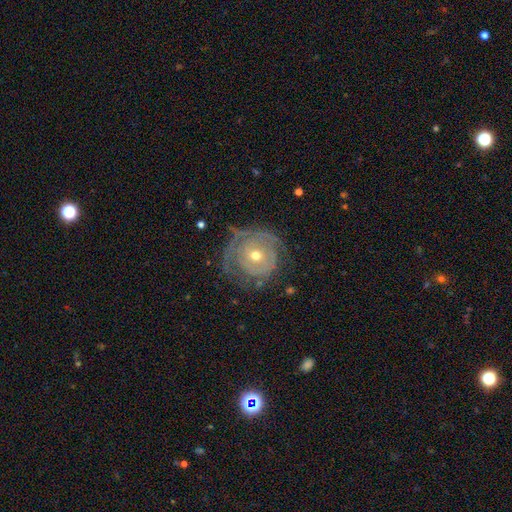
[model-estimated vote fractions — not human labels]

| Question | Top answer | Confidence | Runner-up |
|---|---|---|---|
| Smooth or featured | featured or disk | 75% | smooth (17%) |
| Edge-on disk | no | 96% | yes (4%) |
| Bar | no | 79% | weak (16%) |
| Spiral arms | yes | 78% | no (22%) |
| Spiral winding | tight | 74% | medium (18%) |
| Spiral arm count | can't tell | 47% | 2 (22%) |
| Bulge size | moderate | 59% | small (37%) |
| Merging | none | 62% | minor disturbance (22%) |